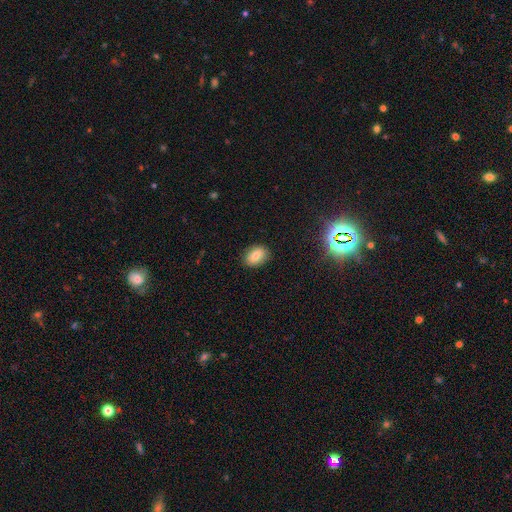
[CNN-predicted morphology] Smooth or featured? smooth (81%)
How rounded? in between (80%)
Merging? none (87%)